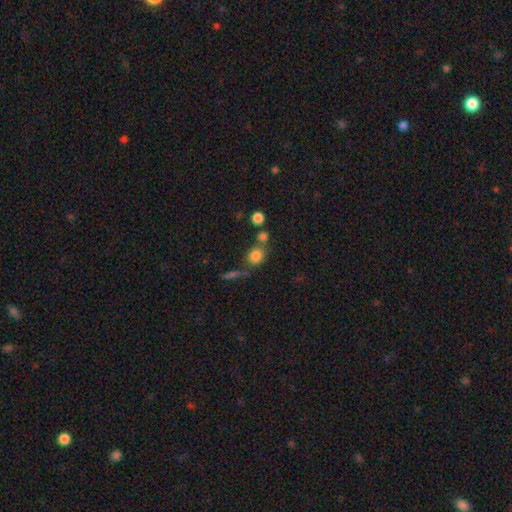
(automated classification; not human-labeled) smooth 81%, star or artifact 11%, featured or disk 8%. Down the decision tree: how rounded — round (65%); merging — none (58%).